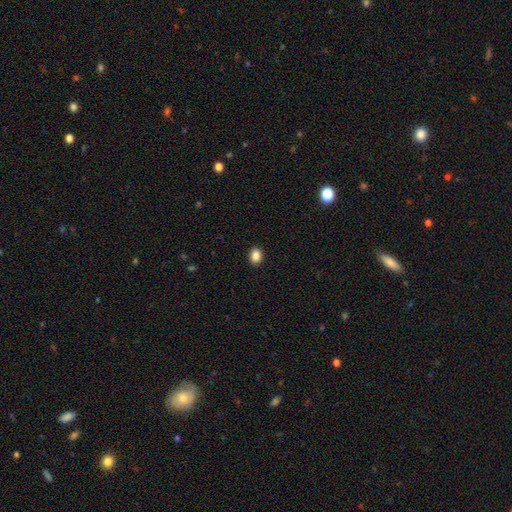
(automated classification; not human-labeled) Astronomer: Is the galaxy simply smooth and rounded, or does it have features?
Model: smooth — 87%.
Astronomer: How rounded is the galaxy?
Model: in between — 64%.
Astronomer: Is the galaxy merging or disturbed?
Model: none — 91%.